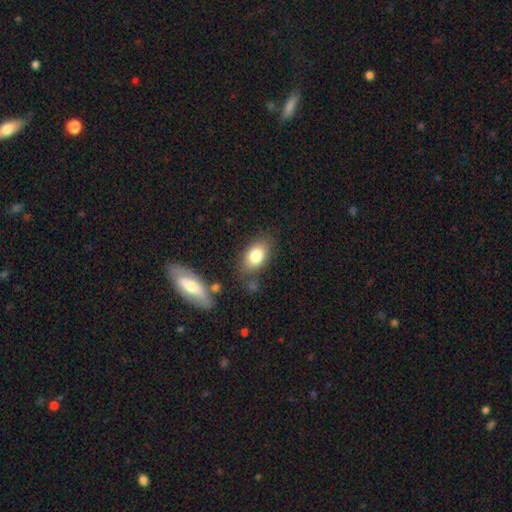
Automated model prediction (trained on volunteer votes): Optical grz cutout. It shows a smooth galaxy with no disk features (80%) that is in between round and cigar-shaped (86%). Merging: none (74%).